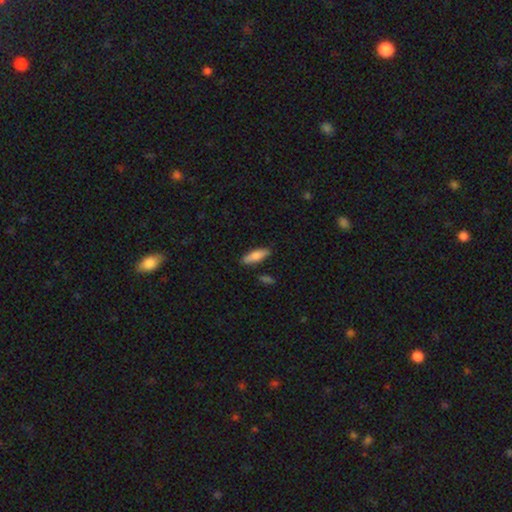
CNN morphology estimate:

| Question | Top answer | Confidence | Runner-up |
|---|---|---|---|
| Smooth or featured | smooth | 78% | featured or disk (17%) |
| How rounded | in between | 50% | cigar-shaped (48%) |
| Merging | none | 84% | minor disturbance (11%) |